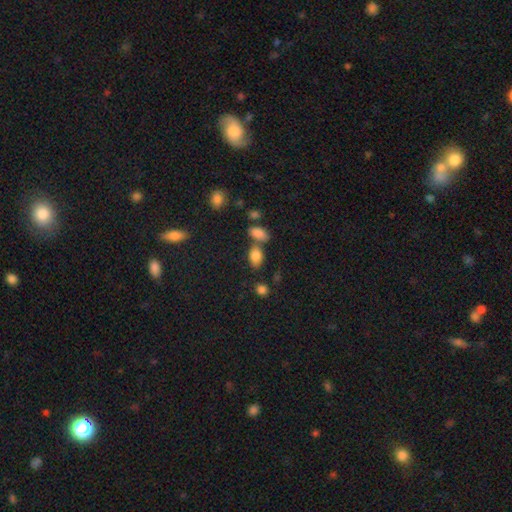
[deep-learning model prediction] The model was most divided on "merging": none: 59%, merger: 23%, minor disturbance: 14%, major disturbance: 5%. More confident: how rounded — in between (86%); smooth or featured — smooth (83%).